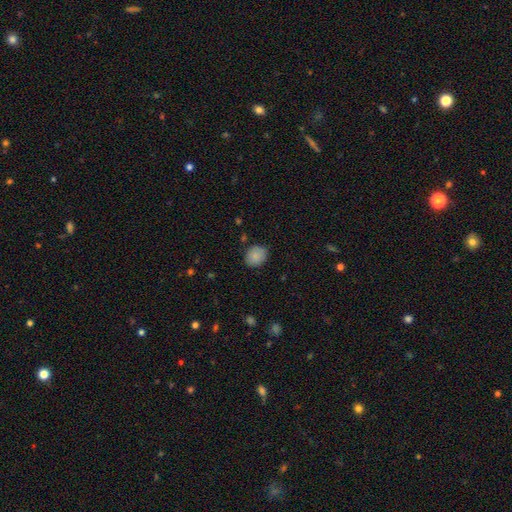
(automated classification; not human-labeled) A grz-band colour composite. It shows a smooth galaxy with no disk features (86%) that is round (62%). Merging: none (83%).